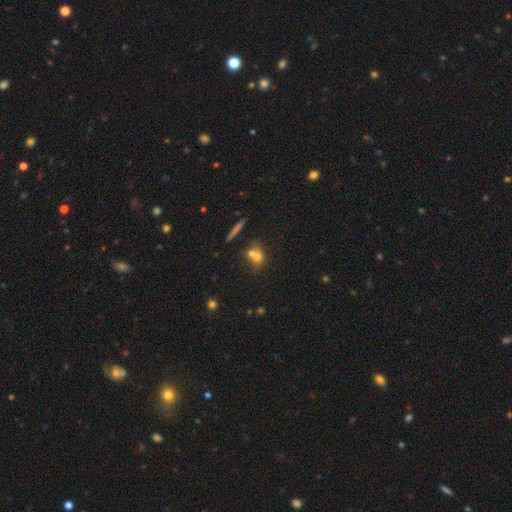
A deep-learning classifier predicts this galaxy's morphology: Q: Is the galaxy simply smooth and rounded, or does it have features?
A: smooth — 63%.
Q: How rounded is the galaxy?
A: round — 52%.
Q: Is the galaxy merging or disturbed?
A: merger — 53%.